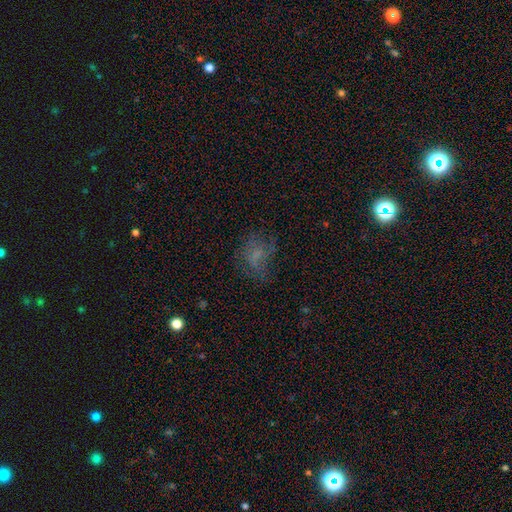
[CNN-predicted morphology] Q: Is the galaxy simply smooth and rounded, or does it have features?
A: smooth — 50%.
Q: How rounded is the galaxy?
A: in between — 60%.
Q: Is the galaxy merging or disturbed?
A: none — 51%.